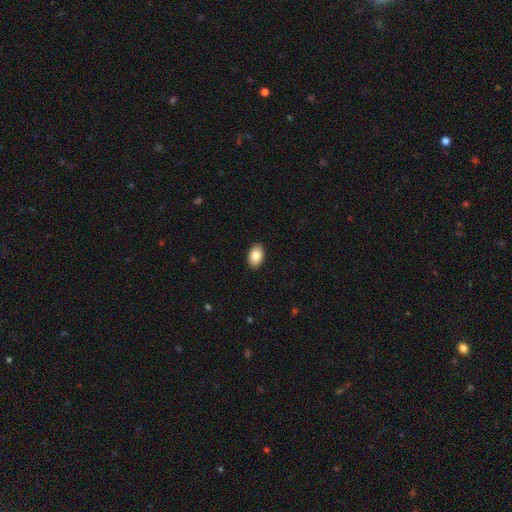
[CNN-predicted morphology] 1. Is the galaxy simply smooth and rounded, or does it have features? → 86% smooth, 7% star or artifact, 7% featured or disk.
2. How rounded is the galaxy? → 89% in between, 10% round, 1% cigar-shaped.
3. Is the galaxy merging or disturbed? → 90% none, 7% minor disturbance, 2% major disturbance, 1% merger.